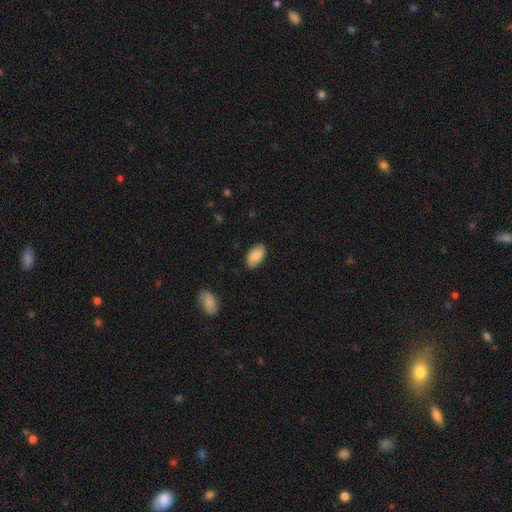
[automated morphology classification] Smooth or featured?
  - smooth: 85% *
  - featured or disk: 9%
  - star or artifact: 6%
How rounded?
  - in between: 95% *
  - round: 4%
  - cigar-shaped: 2%
Merging?
  - none: 86% *
  - minor disturbance: 10%
  - major disturbance: 2%
  - merger: 1%